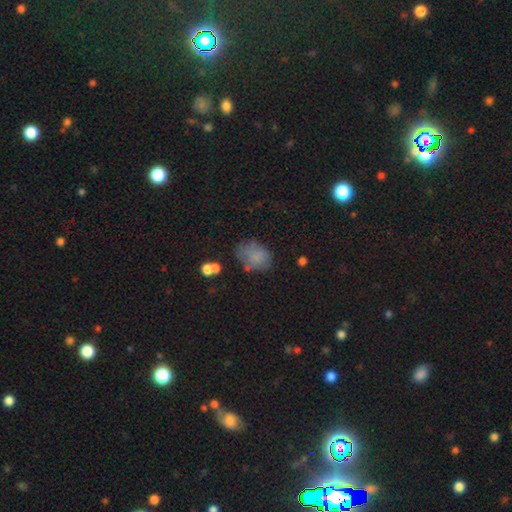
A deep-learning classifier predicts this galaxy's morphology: This appears to be a smooth galaxy with no disk features (70%) that is in between round and cigar-shaped (68%). Merging: none (54%).